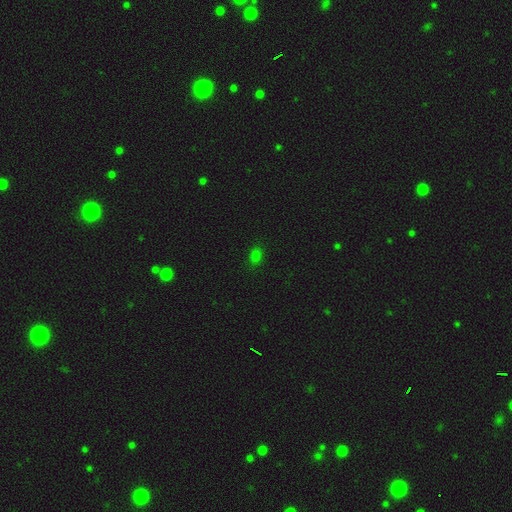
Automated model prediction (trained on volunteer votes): Q: Smooth or featured?
A: smooth (75%); runner-up: star or artifact (21%)
Q: How rounded?
A: in between (69%); runner-up: round (29%)
Q: Merging?
A: none (86%); runner-up: minor disturbance (10%)